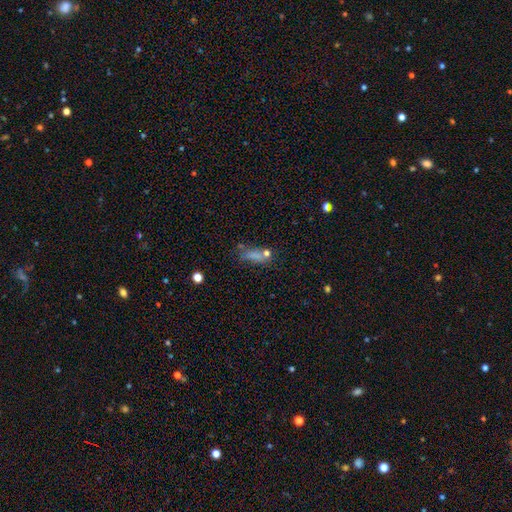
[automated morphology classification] A smooth galaxy with no disk features (63%) that is in between round and cigar-shaped (56%).

Vote fractions:
- Smooth or featured? smooth: 63% / star or artifact: 19% / featured or disk: 18%
- How rounded? in between: 56% / cigar-shaped: 35% / round: 9%
- Merging? none: 47% / minor disturbance: 20% / merger: 17% / major disturbance: 15%